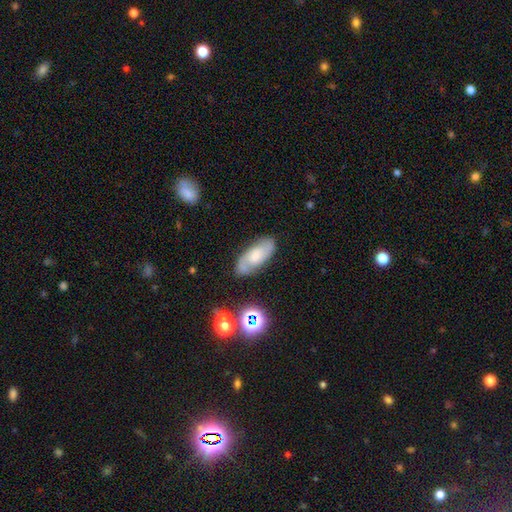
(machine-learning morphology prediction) smooth_or_featured: featured or disk (p=0.59) [alt: smooth p=0.32]
disk_edge_on: no (p=0.91) [alt: yes p=0.09]
bar: no (p=0.54) [alt: weak p=0.38]
has_spiral_arms: yes (p=0.87) [alt: no p=0.13]
bulge_size: moderate (p=0.44) [alt: small p=0.31]
merging: none (p=0.76) [alt: minor disturbance p=0.16]